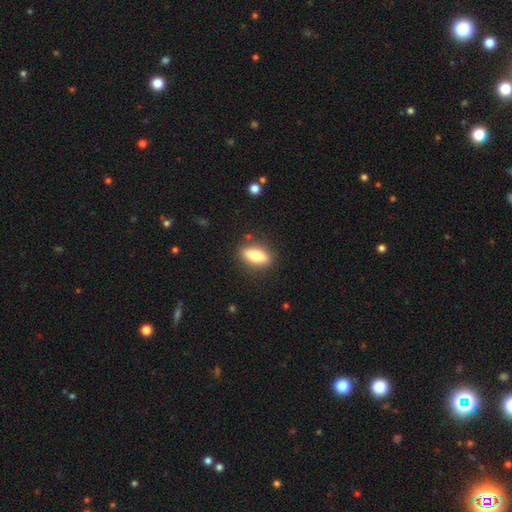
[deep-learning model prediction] This is likely a smooth galaxy (73%). How rounded: likely in between (68%). Merging: clearly none (86%).